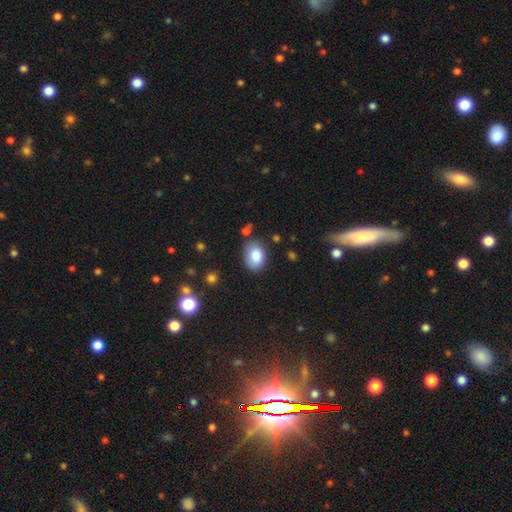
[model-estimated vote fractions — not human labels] Smooth or featured? Predicted: smooth (p=0.84). How rounded? Predicted: in between (p=0.75). Merging? Predicted: none (p=0.76).